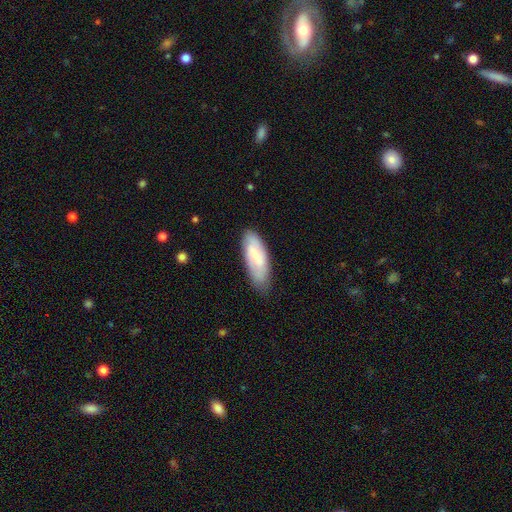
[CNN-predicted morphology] smooth 54%, featured or disk 40%, star or artifact 6%. Down the decision tree: how rounded — in between (70%); merging — none (72%).